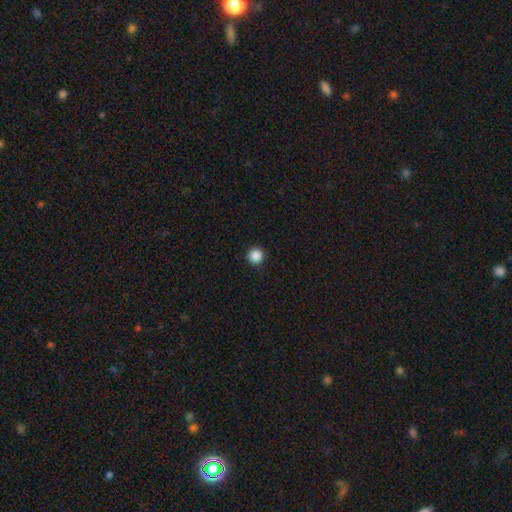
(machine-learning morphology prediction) Q: Smooth or featured?
A: smooth (87%); runner-up: star or artifact (10%)
Q: How rounded?
A: round (96%); runner-up: in between (3%)
Q: Merging?
A: none (93%); runner-up: minor disturbance (4%)